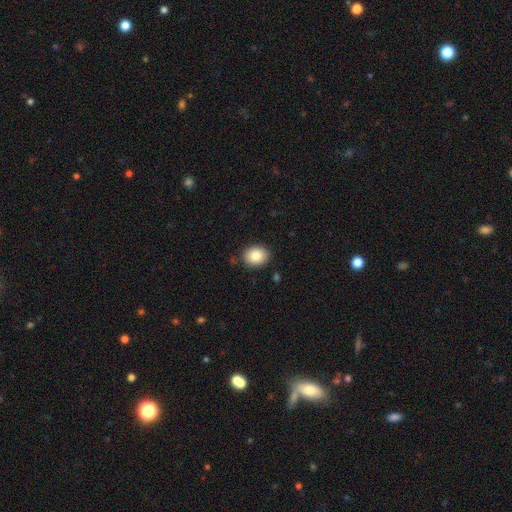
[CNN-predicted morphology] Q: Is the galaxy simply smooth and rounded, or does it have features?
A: smooth — 84%.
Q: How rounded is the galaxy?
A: round — 54%.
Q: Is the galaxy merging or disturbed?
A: none — 87%.